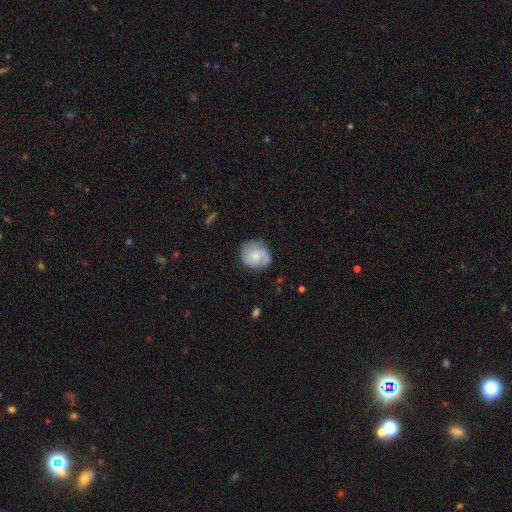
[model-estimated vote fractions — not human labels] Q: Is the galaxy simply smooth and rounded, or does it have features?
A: featured or disk — 48%.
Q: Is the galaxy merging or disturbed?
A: none — 70%.